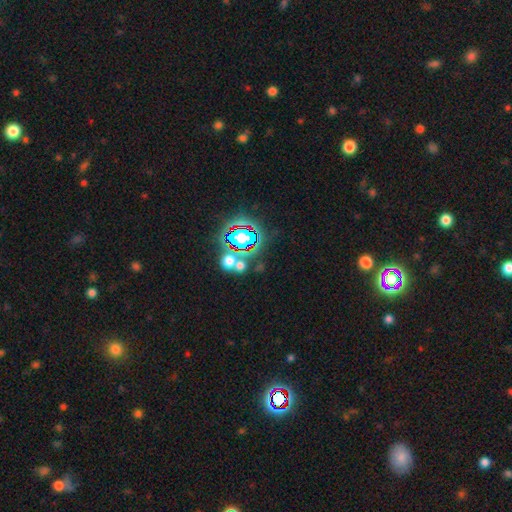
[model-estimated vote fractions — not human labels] The model was most divided on "smooth or featured": star or artifact: 81%, smooth: 11%, featured or disk: 7%.